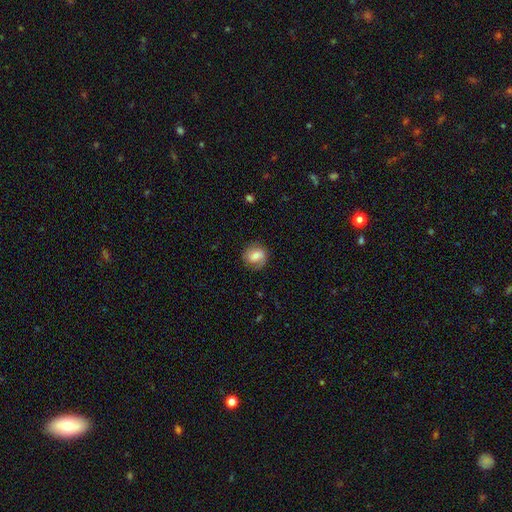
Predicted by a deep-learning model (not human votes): The model was most divided on "smooth or featured": smooth: 58%, featured or disk: 33%, star or artifact: 9%. More confident: how rounded — round (78%); merging — none (75%).